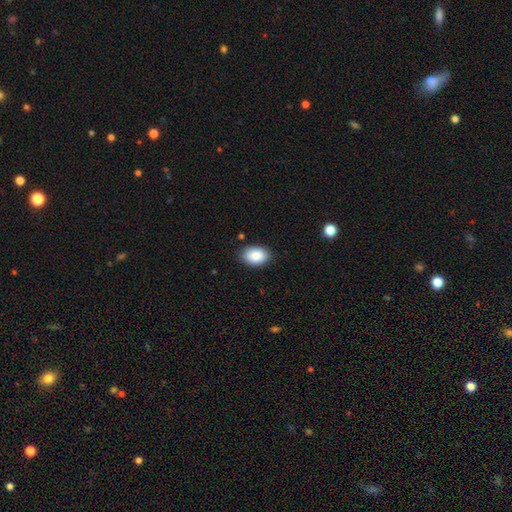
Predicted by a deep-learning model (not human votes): A smooth galaxy with no disk features (89%) that is in between round and cigar-shaped (89%). Merging: none (86%).